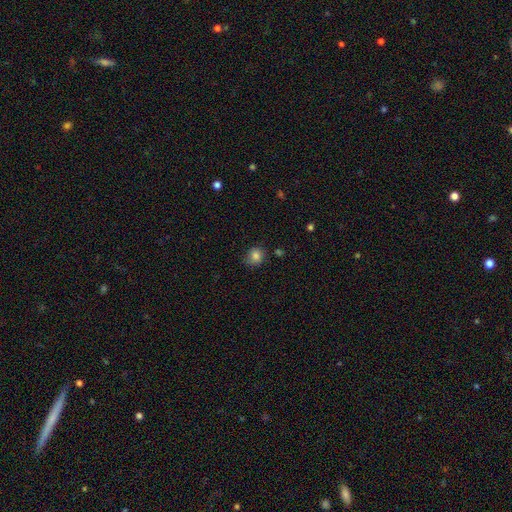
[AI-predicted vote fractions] smooth 83%, star or artifact 11%, featured or disk 6%. Down the decision tree: how rounded — round (77%); merging — none (73%).